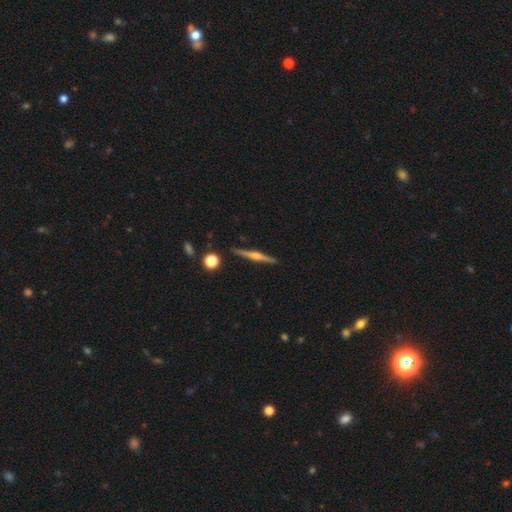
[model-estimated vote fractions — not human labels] Overall: featured or disk (77%). Edge-on disk: yes (98%). Edge-on bulge: rounded (87%). Merging: none (91%).